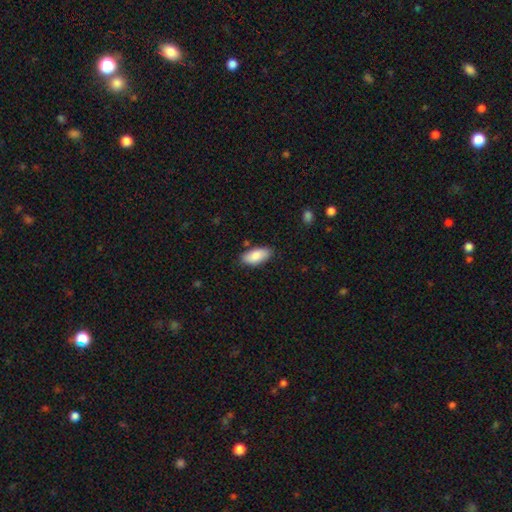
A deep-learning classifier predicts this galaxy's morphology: This is clearly a smooth galaxy (87%). How rounded: clearly in between (90%). Merging: clearly none (82%).